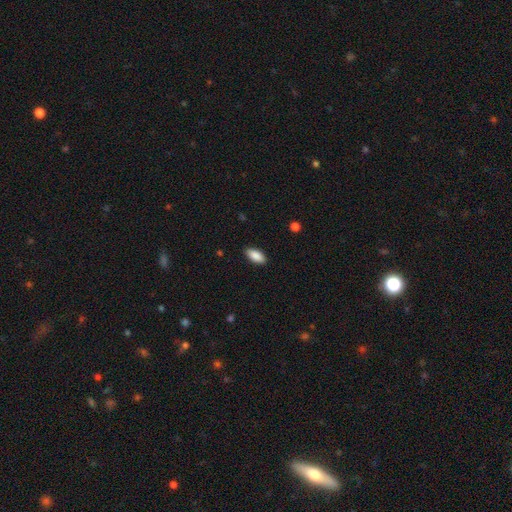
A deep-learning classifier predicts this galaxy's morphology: type=smooth (89%); roundness=in between (89%); merging=none (88%).